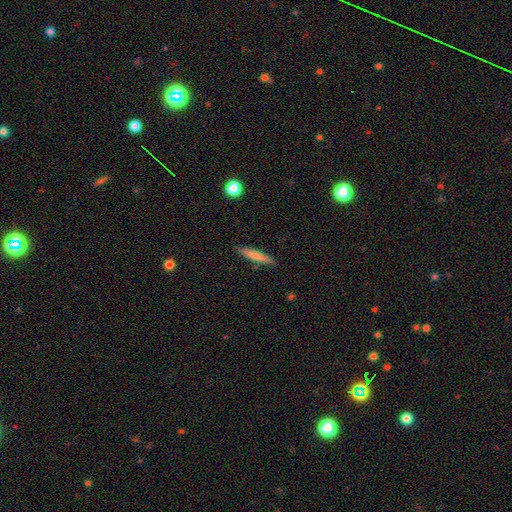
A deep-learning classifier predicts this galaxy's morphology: The model was most divided on "smooth or featured": smooth: 74%, featured or disk: 19%, star or artifact: 6%. More confident: how rounded — cigar-shaped (88%); merging — none (87%).